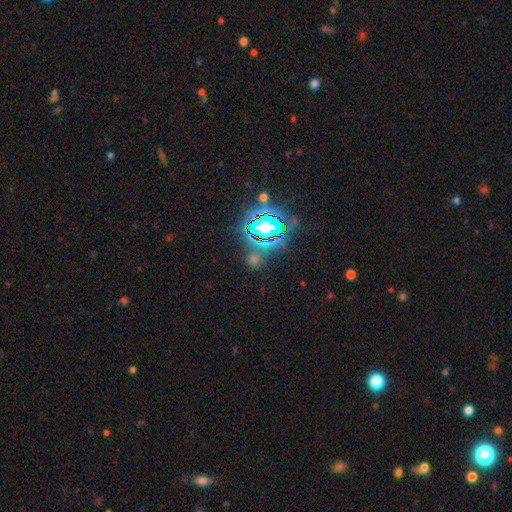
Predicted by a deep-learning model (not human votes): This appears to be a star or artifact, not a galaxy (57%).